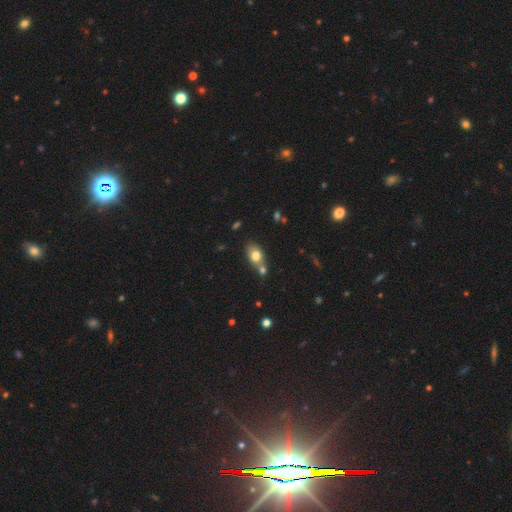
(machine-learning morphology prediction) A smooth galaxy with no disk features (76%) that is in between round and cigar-shaped (72%).

Vote fractions:
- Smooth or featured? smooth: 76% / featured or disk: 14% / star or artifact: 10%
- How rounded? in between: 72% / round: 26% / cigar-shaped: 2%
- Merging? none: 46% / merger: 39% / minor disturbance: 12% / major disturbance: 4%